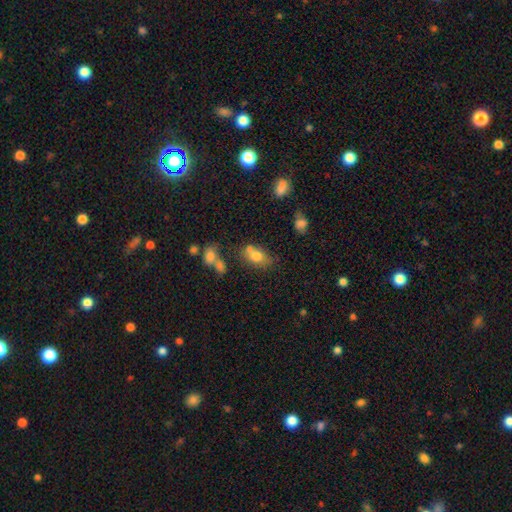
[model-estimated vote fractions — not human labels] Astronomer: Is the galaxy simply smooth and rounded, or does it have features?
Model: smooth — 74%.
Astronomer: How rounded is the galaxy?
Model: in between — 80%.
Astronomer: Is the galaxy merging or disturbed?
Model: none — 45% (runner-up: merger, 28%).